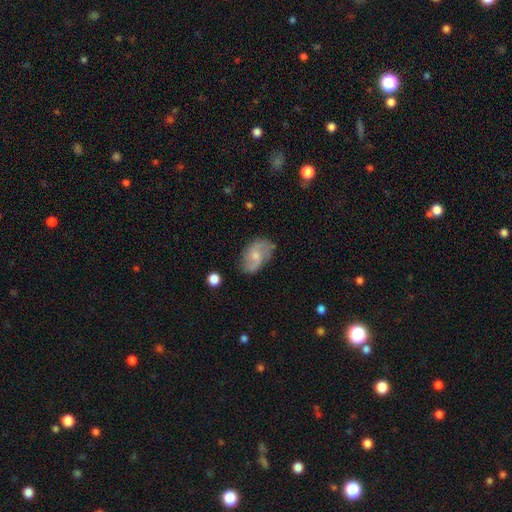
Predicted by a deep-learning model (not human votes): Smooth or featured? Predicted: featured or disk (p=0.62). Edge-on disk? Predicted: no (p=0.97). Bar? Predicted: no (p=0.50). Spiral arms? Predicted: yes (p=0.88). Spiral winding? Predicted: loose (p=0.43). Spiral arm count? Predicted: 2 (p=0.83). Bulge size? Predicted: small (p=0.44). Merging? Predicted: none (p=0.69).